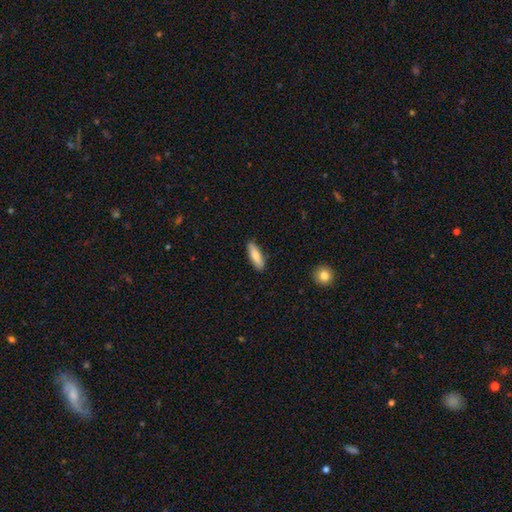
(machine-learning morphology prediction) smooth_or_featured: smooth (p=0.71) [alt: featured or disk p=0.23]
how_rounded: cigar-shaped (p=0.49) [alt: in between p=0.48]
merging: none (p=0.87) [alt: minor disturbance p=0.10]